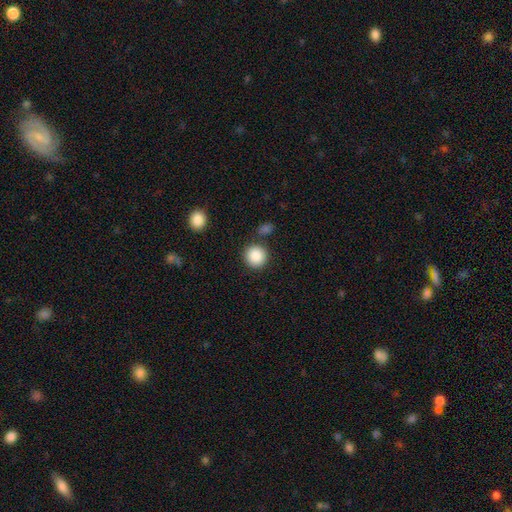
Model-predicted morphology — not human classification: Q: Smooth or featured?
A: smooth (88%); runner-up: star or artifact (8%)
Q: How rounded?
A: round (94%); runner-up: in between (5%)
Q: Merging?
A: none (84%); runner-up: minor disturbance (8%)